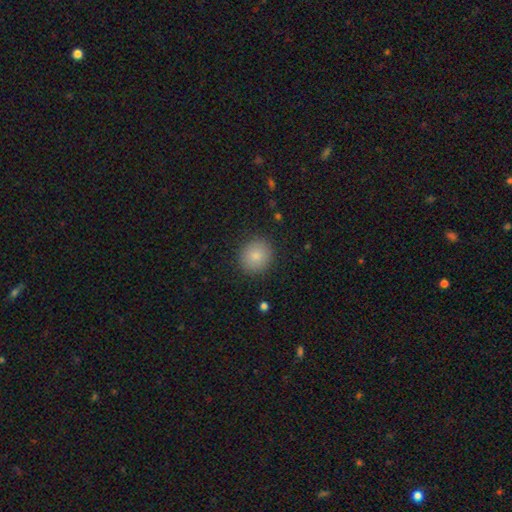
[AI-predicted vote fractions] Smooth or featured?
  - smooth: 84% *
  - star or artifact: 9%
  - featured or disk: 7%
How rounded?
  - round: 82% *
  - in between: 17%
  - cigar-shaped: 1%
Merging?
  - none: 89% *
  - minor disturbance: 8%
  - major disturbance: 3%
  - merger: 1%